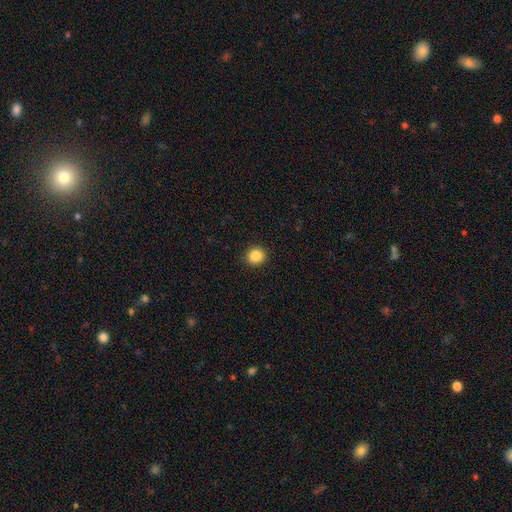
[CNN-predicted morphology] A smooth galaxy with no disk features (86%) that is round (87%). Merging: none (91%).